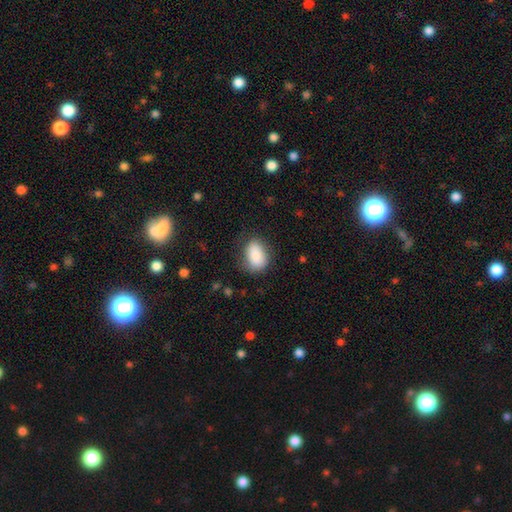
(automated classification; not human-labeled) A smooth galaxy with no disk features (85%) that is in between round and cigar-shaped (83%).

Vote fractions:
- Smooth or featured? smooth: 85% / featured or disk: 8% / star or artifact: 7%
- How rounded? in between: 83% / round: 16% / cigar-shaped: 1%
- Merging? none: 71% / minor disturbance: 21% / major disturbance: 7% / merger: 1%